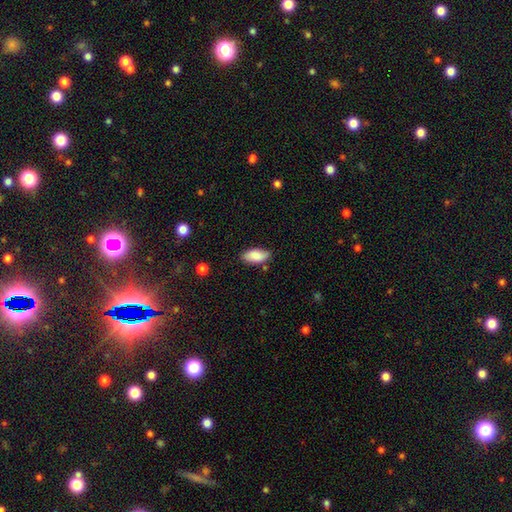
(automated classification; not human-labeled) Overall: smooth (86%). How rounded: in between (90%). Merging: none (80%).